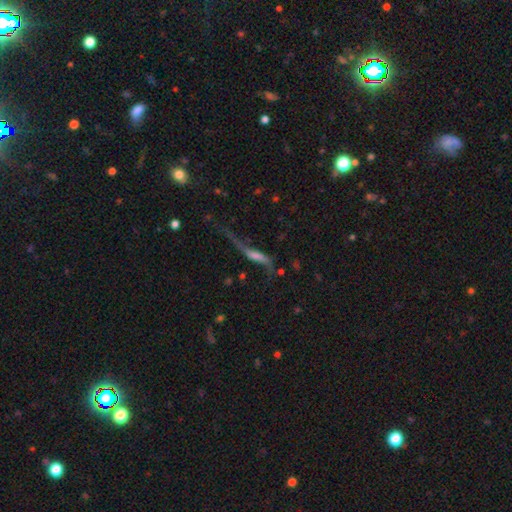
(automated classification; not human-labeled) Smooth or featured?
  - featured or disk: 62% *
  - smooth: 26%
  - star or artifact: 11%
Edge-on disk?
  - no: 52% *
  - yes: 48%
Merging?
  - major disturbance: 39% *
  - none: 33%
  - minor disturbance: 19%
  - merger: 8%